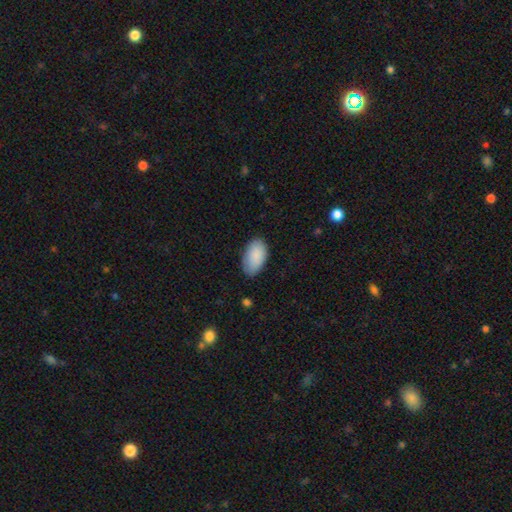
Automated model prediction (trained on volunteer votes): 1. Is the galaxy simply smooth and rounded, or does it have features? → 89% smooth, 6% star or artifact, 5% featured or disk.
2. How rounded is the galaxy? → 95% in between, 3% round, 2% cigar-shaped.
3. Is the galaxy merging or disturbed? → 79% none, 17% minor disturbance, 3% major disturbance, 1% merger.